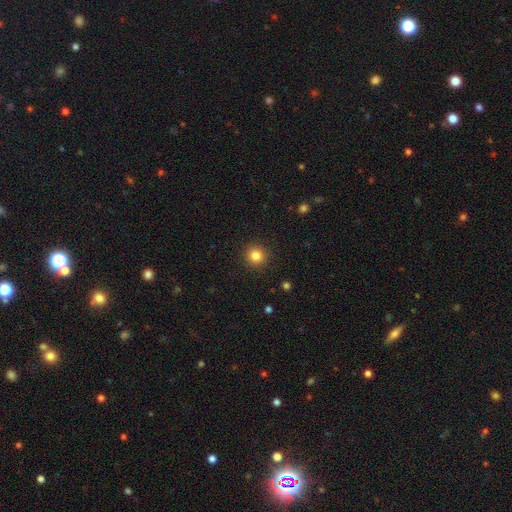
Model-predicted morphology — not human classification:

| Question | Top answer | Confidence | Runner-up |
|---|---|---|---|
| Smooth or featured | smooth | 83% | star or artifact (12%) |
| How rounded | round | 94% | in between (5%) |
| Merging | none | 92% | minor disturbance (5%) |